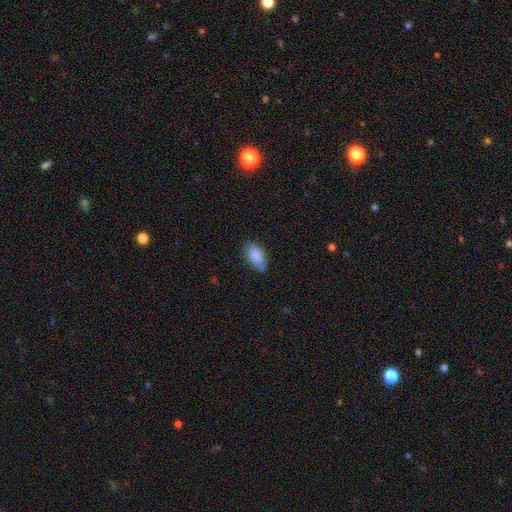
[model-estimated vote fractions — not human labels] Q: Smooth or featured?
A: smooth (87%); runner-up: star or artifact (7%)
Q: How rounded?
A: in between (92%); runner-up: cigar-shaped (5%)
Q: Merging?
A: none (66%); runner-up: minor disturbance (27%)